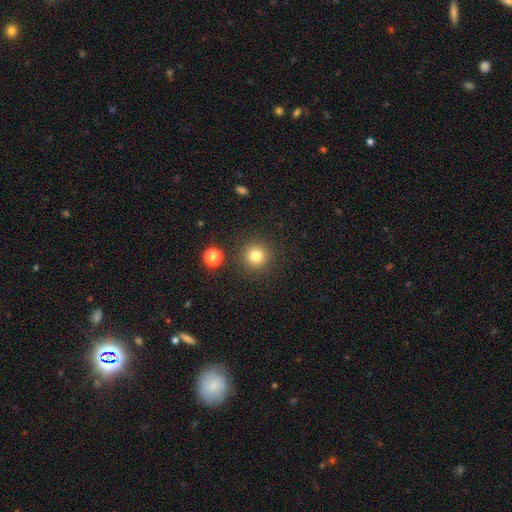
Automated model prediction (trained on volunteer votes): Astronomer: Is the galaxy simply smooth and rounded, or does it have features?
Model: smooth — 81%.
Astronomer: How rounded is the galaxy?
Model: round — 94%.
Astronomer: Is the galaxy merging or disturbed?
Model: none — 88%.